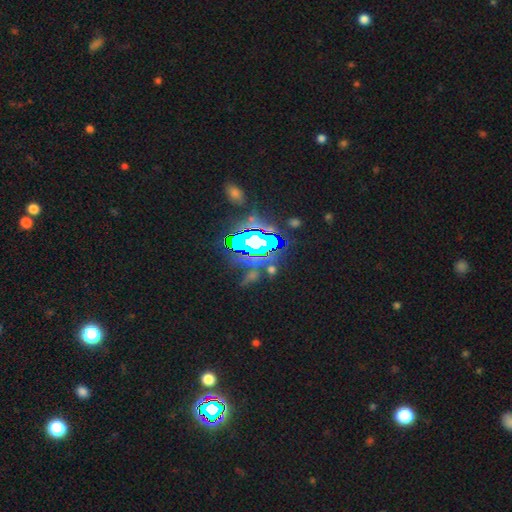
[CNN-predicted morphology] Smooth or featured? Predicted: star or artifact (p=0.84).